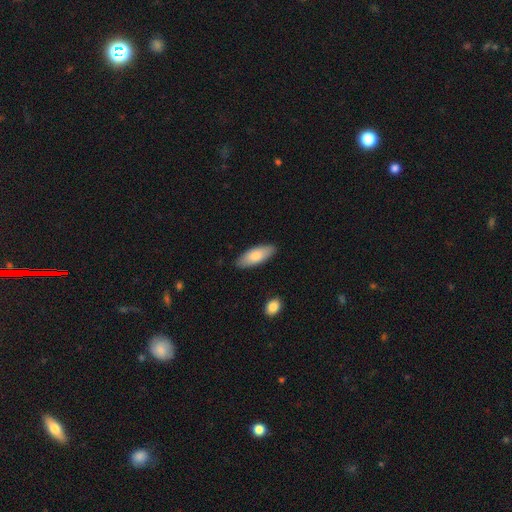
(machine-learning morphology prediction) This is clearly a smooth galaxy (80%). How rounded: likely in between (75%). Merging: clearly none (86%).